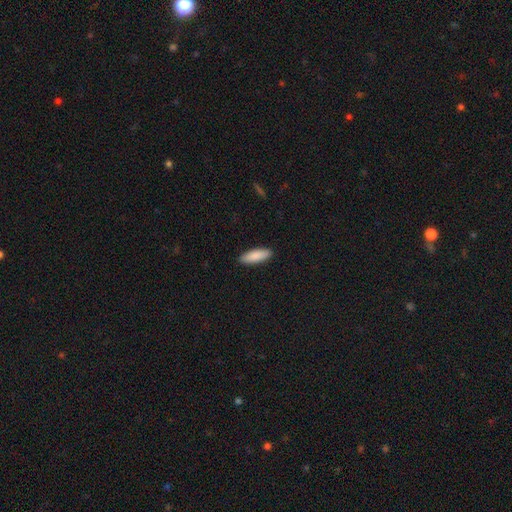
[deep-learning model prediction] Morphology: type=smooth (88%); roundness=in between (55%); merging=none (90%).